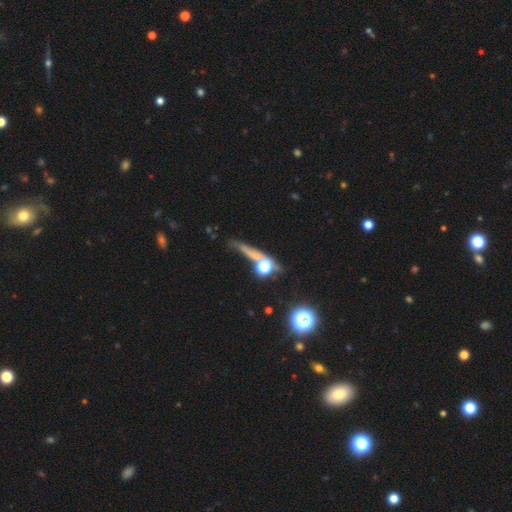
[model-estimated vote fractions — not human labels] Smooth or featured? Predicted: smooth (p=0.47). Merging? Predicted: none (p=0.57).